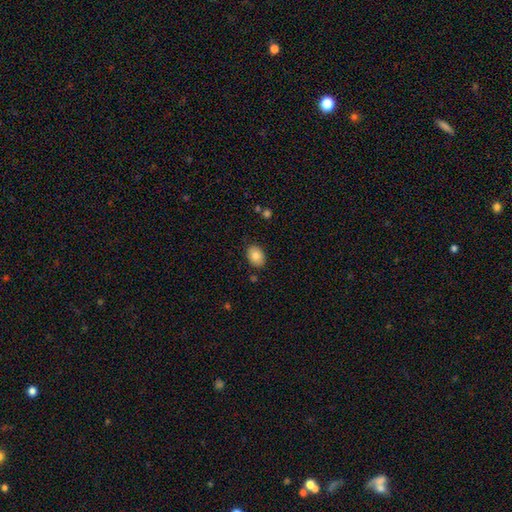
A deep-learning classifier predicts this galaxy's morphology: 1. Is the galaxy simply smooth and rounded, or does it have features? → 85% smooth, 8% star or artifact, 8% featured or disk.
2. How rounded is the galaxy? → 75% in between, 24% round, 1% cigar-shaped.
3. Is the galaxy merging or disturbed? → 85% none, 11% minor disturbance, 2% major disturbance, 2% merger.